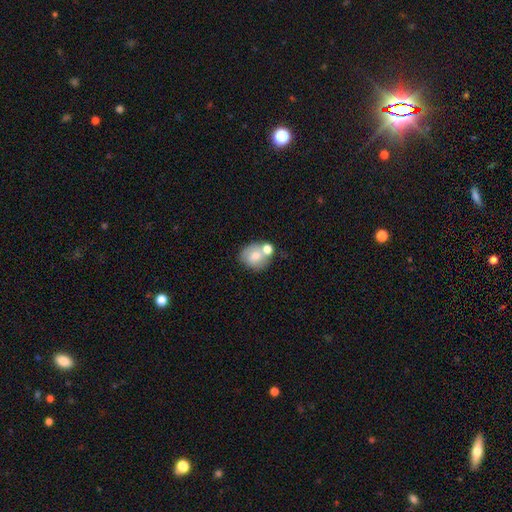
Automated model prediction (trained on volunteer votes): smooth 70%, featured or disk 22%, star or artifact 8%. Down the decision tree: how rounded — round (69%); merging — none (44%).